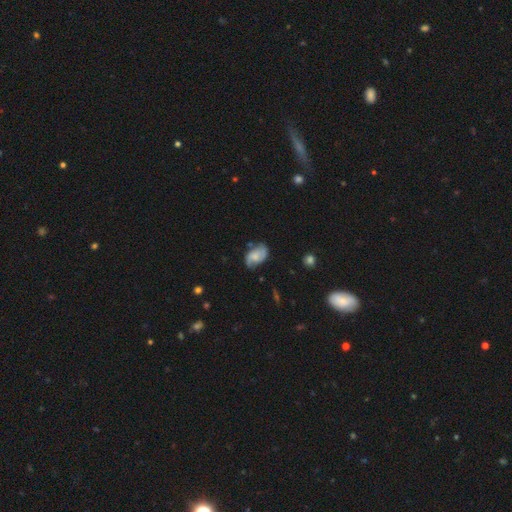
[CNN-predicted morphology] Smooth or featured? featured or disk (60%)
Edge-on disk? no (97%)
Bar? no (59%)
Spiral arms? yes (88%)
Spiral winding? medium (43%)
Spiral arm count? 2 (81%)
Bulge size? moderate (36%, tied with small)
Merging? none (63%)